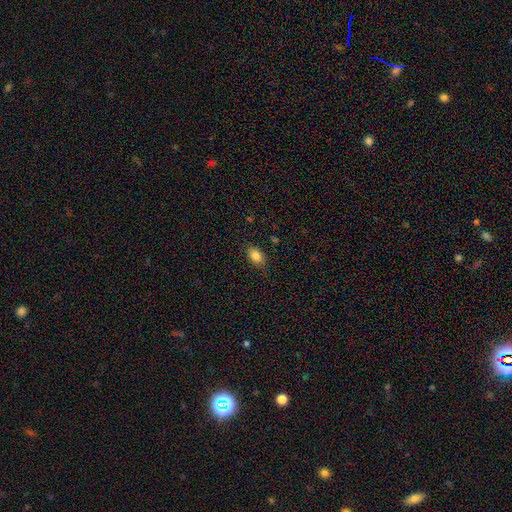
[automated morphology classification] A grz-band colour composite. It shows a smooth galaxy with no disk features (86%) that is in between round and cigar-shaped (87%). Merging: none (82%).